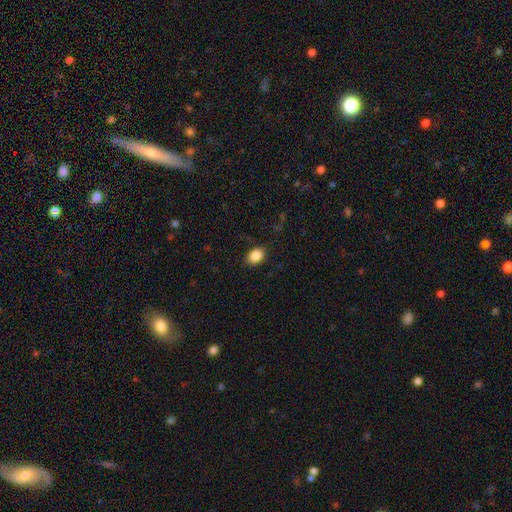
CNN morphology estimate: type=smooth (88%); roundness=in between (75%); merging=none (86%).